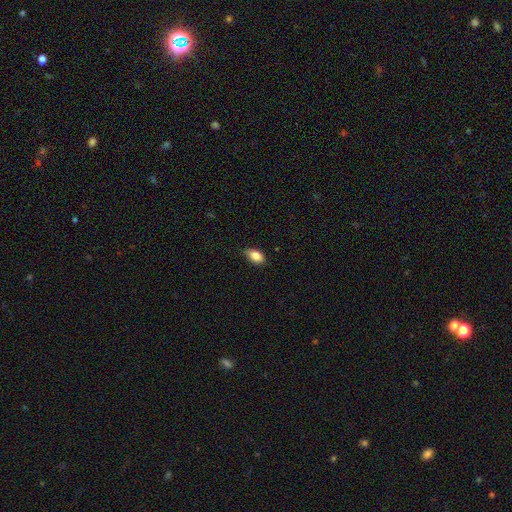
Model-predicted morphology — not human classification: Smooth or featured? Predicted: smooth (p=0.86). How rounded? Predicted: in between (p=0.89). Merging? Predicted: none (p=0.75).